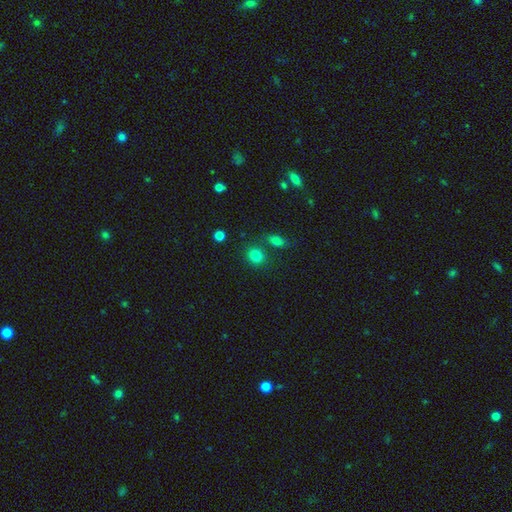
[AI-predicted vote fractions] The model was most divided on "how rounded": round: 72%, in between: 27%, cigar-shaped: 1%. More confident: smooth or featured — smooth (81%); merging — none (75%).